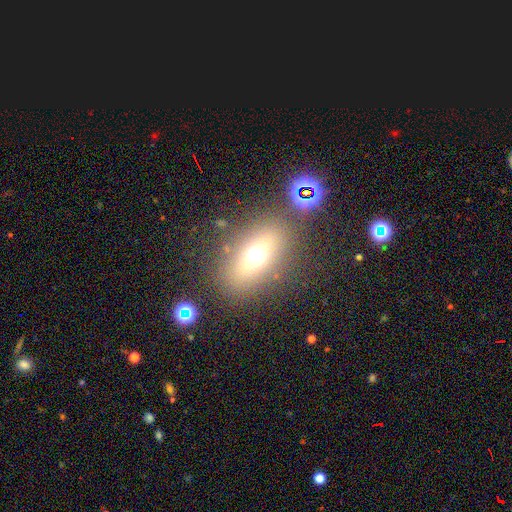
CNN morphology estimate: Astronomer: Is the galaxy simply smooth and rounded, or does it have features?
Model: smooth — 61%.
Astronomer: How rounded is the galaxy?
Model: in between — 70%.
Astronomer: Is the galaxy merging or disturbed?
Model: none — 77%.